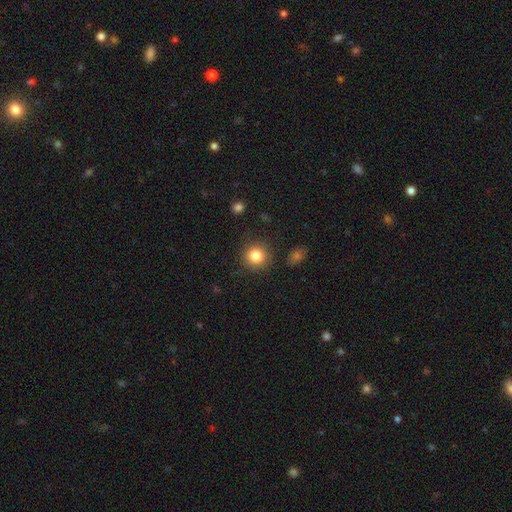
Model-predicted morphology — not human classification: Overall: smooth (84%). How rounded: round (92%). Merging: none (87%).